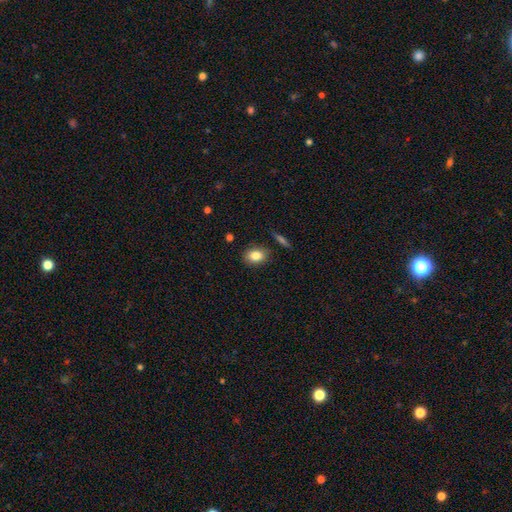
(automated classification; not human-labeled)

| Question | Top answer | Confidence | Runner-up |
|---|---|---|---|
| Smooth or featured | smooth | 83% | star or artifact (8%) |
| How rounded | in between | 70% | round (28%) |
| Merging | none | 84% | minor disturbance (11%) |